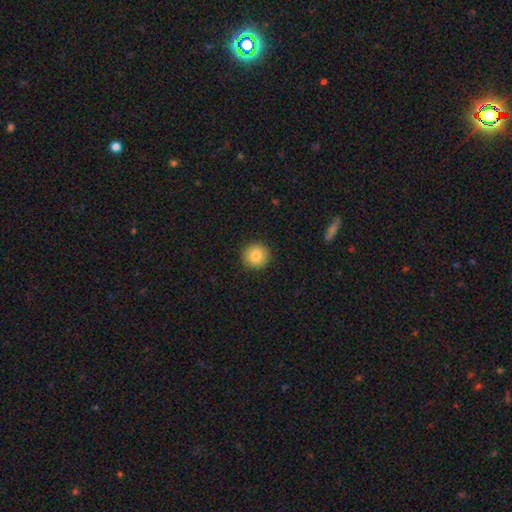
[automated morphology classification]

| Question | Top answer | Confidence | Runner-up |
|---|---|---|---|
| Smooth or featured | smooth | 84% | star or artifact (9%) |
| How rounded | round | 94% | in between (5%) |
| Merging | none | 92% | minor disturbance (5%) |